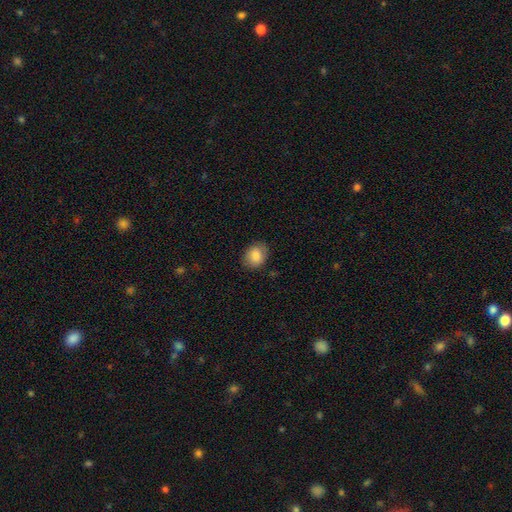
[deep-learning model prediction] Q: Smooth or featured?
A: smooth (86%); runner-up: star or artifact (8%)
Q: How rounded?
A: round (51%); runner-up: in between (48%)
Q: Merging?
A: none (83%); runner-up: minor disturbance (12%)